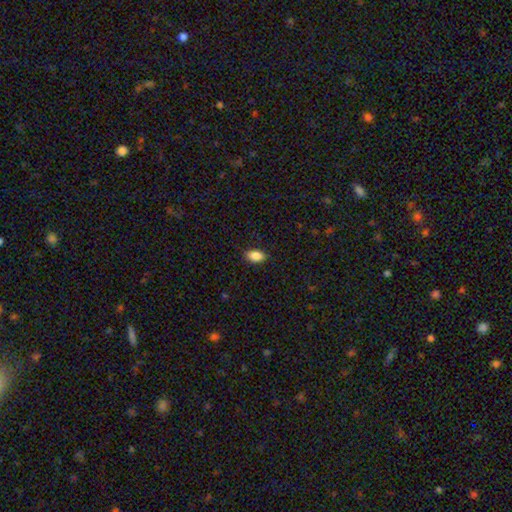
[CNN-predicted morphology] This is clearly a smooth galaxy (87%). How rounded: clearly in between (91%). Merging: clearly none (87%).